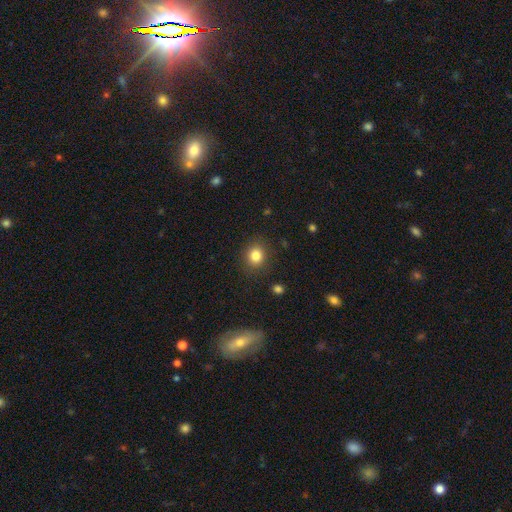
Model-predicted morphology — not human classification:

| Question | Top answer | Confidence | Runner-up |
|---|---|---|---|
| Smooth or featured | smooth | 83% | star or artifact (11%) |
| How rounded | round | 80% | in between (20%) |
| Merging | none | 88% | minor disturbance (8%) |